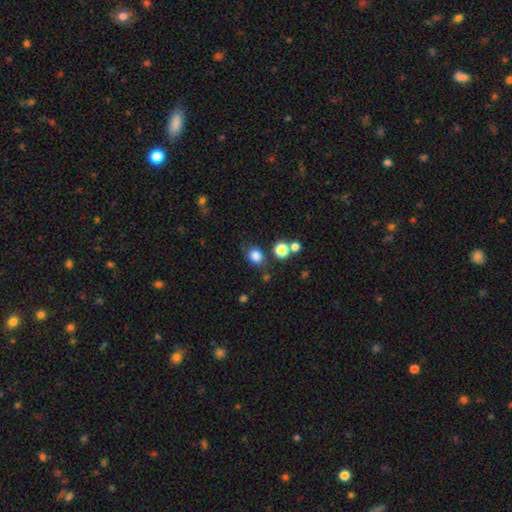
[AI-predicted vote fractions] Smooth or featured: smooth — 82% (star or artifact — 12%)
How rounded: round — 59% (in between — 40%)
Merging: none — 71% (minor disturbance — 16%)